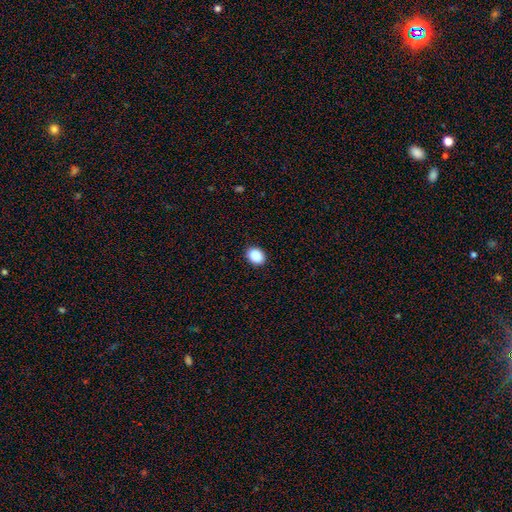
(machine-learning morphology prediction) smooth 90%, star or artifact 8%, featured or disk 2%. Down the decision tree: how rounded — in between (56%); merging — none (91%).